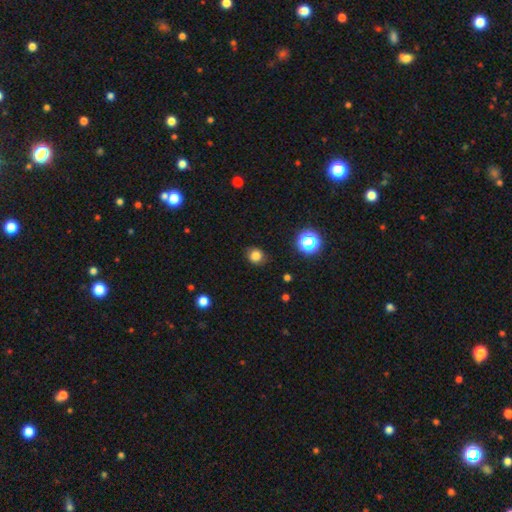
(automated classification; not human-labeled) A smooth galaxy with no disk features (81%) that is round (84%). Merging: none (86%).